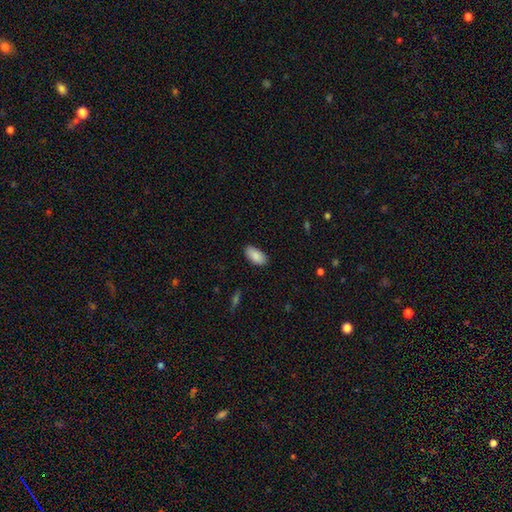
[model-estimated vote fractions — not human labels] The model was most divided on "merging": none: 87%, minor disturbance: 10%, major disturbance: 2%, merger: 1%. More confident: how rounded — in between (93%); smooth or featured — smooth (89%).